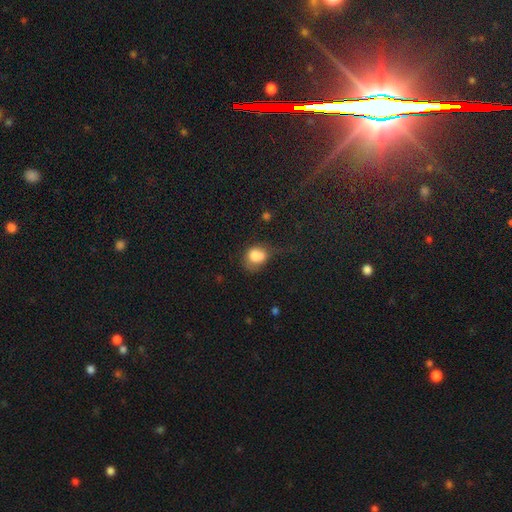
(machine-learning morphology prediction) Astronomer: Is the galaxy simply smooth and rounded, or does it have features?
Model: smooth — 77%.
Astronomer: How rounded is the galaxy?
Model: round — 51% (runner-up: in between, 48%).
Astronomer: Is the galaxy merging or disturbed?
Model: none — 31% (runner-up: minor disturbance, 30%).